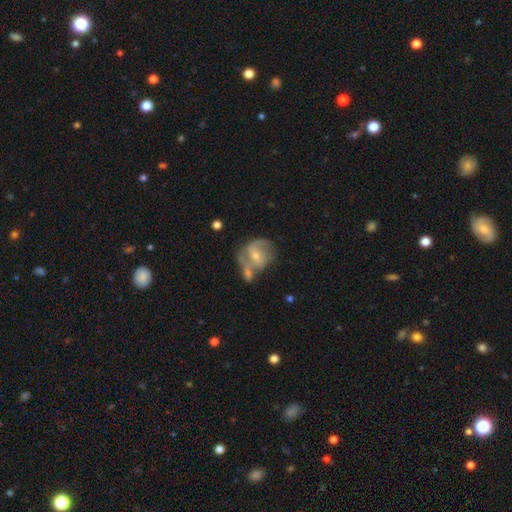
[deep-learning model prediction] Morphology: type=featured or disk (74%); edge-on=no (97%); bar=weak (44%); spiral arms=yes (86%); winding=medium (48%); arm count=2 (70%); bulge=small (54%); merging=none (43%).